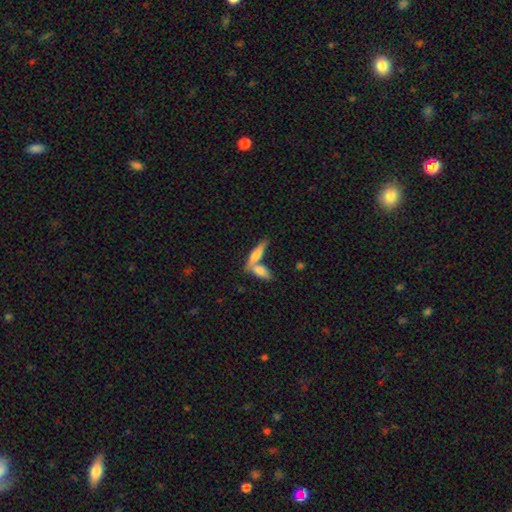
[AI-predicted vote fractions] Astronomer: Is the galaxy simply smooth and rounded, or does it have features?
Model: smooth — 70%.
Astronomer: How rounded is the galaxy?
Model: cigar-shaped — 57% (runner-up: in between, 40%).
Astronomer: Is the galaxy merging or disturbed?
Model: merger — 49% (runner-up: none, 39%).